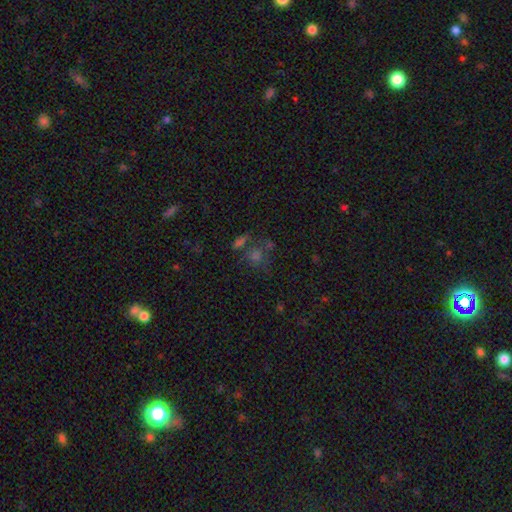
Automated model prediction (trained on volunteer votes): A smooth galaxy with no disk features (55%) that is round (75%).

Vote fractions:
- Smooth or featured? smooth: 55% / star or artifact: 31% / featured or disk: 13%
- How rounded? round: 75% / in between: 23% / cigar-shaped: 2%
- Merging? none: 53% / merger: 24% / minor disturbance: 14% / major disturbance: 9%